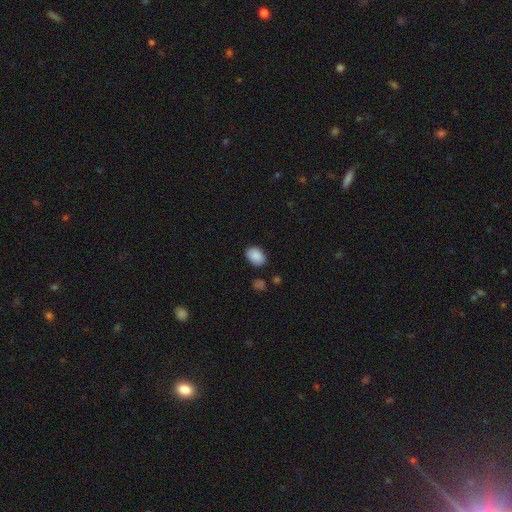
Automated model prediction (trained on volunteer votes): A smooth galaxy with no disk features (89%) that is in between round and cigar-shaped (82%).

Vote fractions:
- Smooth or featured? smooth: 89% / star or artifact: 7% / featured or disk: 4%
- How rounded? in between: 82% / round: 16% / cigar-shaped: 1%
- Merging? none: 82% / minor disturbance: 12% / major disturbance: 3% / merger: 3%